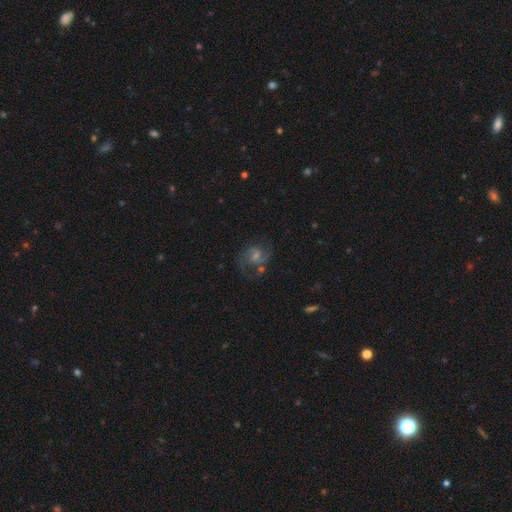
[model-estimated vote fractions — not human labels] Smooth or featured? Predicted: featured or disk (p=0.67). Edge-on disk? Predicted: no (p=0.98). Bar? Predicted: no (p=0.49). Spiral arms? Predicted: yes (p=0.89). Spiral winding? Predicted: medium (p=0.55). Spiral arm count? Predicted: 2 (p=0.74). Bulge size? Predicted: moderate (p=0.42). Merging? Predicted: none (p=0.62).